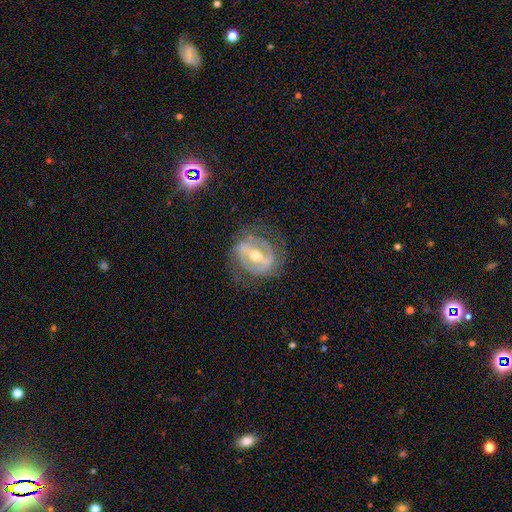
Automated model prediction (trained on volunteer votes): Morphology: type=featured or disk (84%); edge-on=no (94%); bar=strong (67%); spiral arms=yes (74%); winding=tight (43%); arm count=2 (70%); bulge=moderate (71%); merging=none (71%).